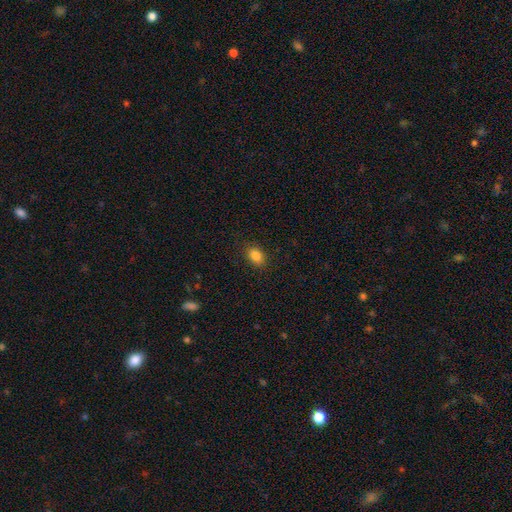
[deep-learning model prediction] Smooth or featured: smooth — 85% (star or artifact — 10%)
How rounded: in between — 78% (round — 20%)
Merging: none — 88% (minor disturbance — 9%)